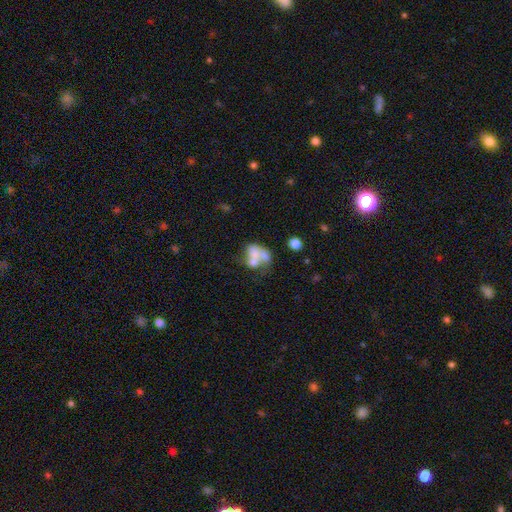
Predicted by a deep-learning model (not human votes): Overall: smooth (48%; featured or disk 40%). Merging: merger (55%; none 17%).